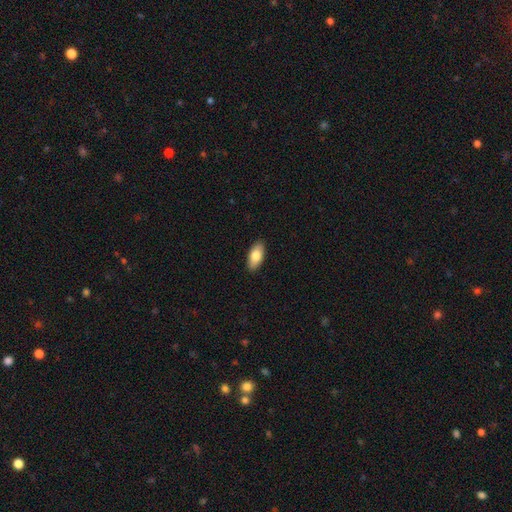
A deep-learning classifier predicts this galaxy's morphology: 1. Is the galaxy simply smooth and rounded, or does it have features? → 81% smooth, 13% featured or disk, 6% star or artifact.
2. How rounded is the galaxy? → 91% in between, 6% cigar-shaped, 2% round.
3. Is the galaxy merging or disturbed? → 90% none, 7% minor disturbance, 2% major disturbance, 1% merger.